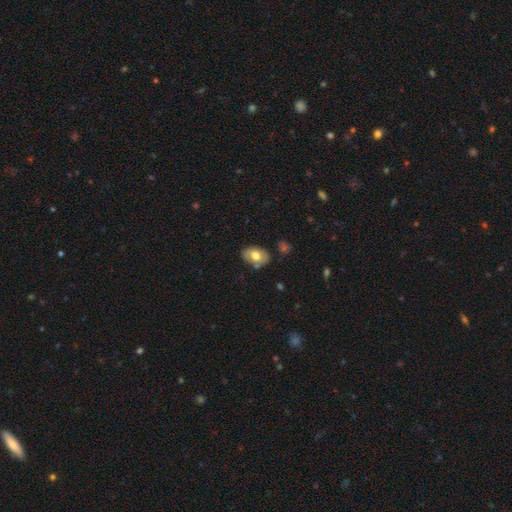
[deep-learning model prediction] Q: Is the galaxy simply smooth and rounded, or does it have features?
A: smooth — 67%.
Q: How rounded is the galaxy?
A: in between — 87%.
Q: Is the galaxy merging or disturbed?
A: none — 76%.